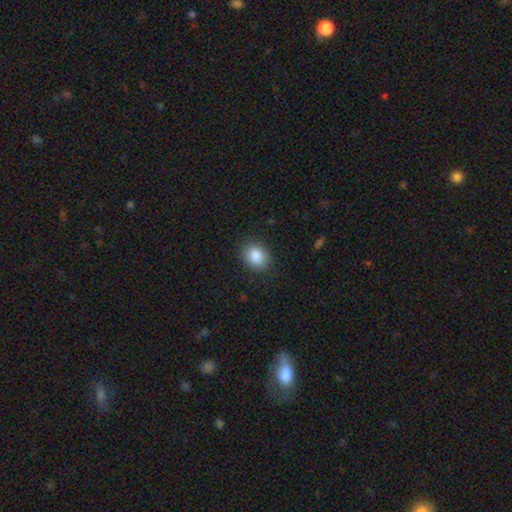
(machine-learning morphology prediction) Smooth or featured: smooth — 87% (star or artifact — 8%)
How rounded: in between — 56% (round — 43%)
Merging: none — 86% (minor disturbance — 10%)